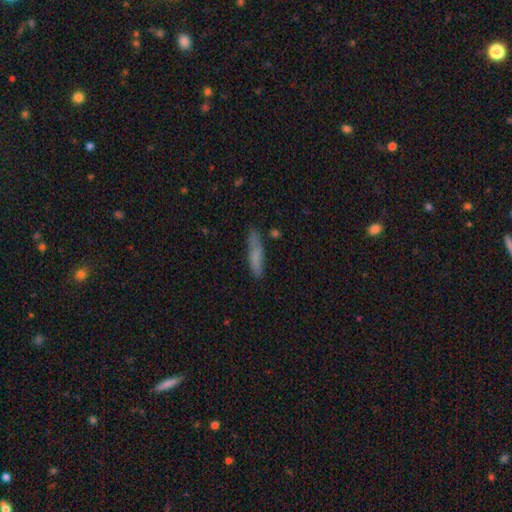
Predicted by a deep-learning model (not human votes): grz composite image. It shows a smooth galaxy with no disk features (74%) that is cigar-shaped (85%). Merging: none (77%).